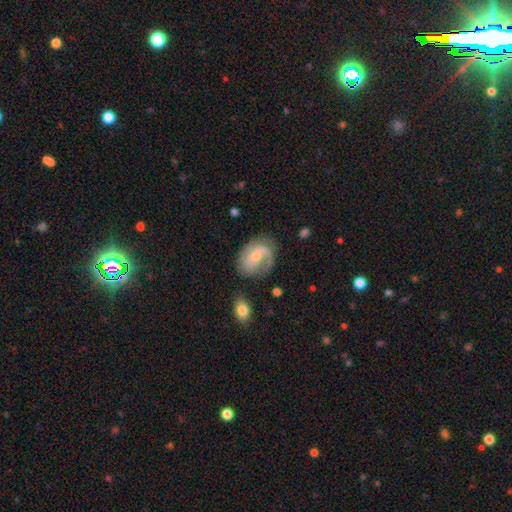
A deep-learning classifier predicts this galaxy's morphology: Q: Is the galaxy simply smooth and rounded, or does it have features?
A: featured or disk — 73%.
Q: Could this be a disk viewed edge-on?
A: no — 97%.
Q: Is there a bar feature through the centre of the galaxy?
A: no — 53%.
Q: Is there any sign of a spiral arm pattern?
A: yes — 92%.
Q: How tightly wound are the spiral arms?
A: medium — 42%.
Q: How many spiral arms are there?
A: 1 — 43%.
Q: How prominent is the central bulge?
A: small — 63%.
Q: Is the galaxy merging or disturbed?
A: none — 58%.